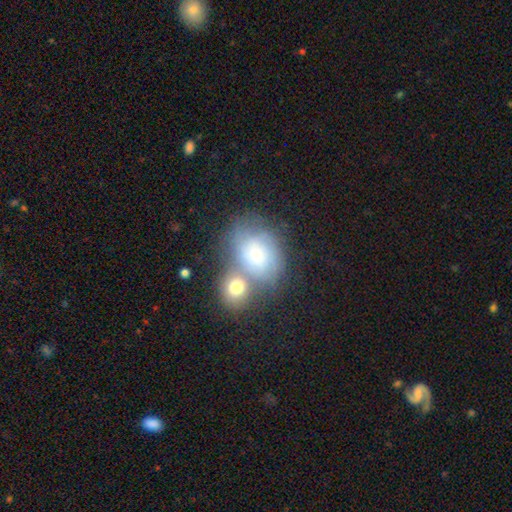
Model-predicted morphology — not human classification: Smooth or featured?
  - smooth: 53% *
  - featured or disk: 36%
  - star or artifact: 12%
How rounded?
  - round: 54% *
  - in between: 45%
  - cigar-shaped: 1%
Merging?
  - merger: 47% *
  - none: 33%
  - minor disturbance: 13%
  - major disturbance: 7%